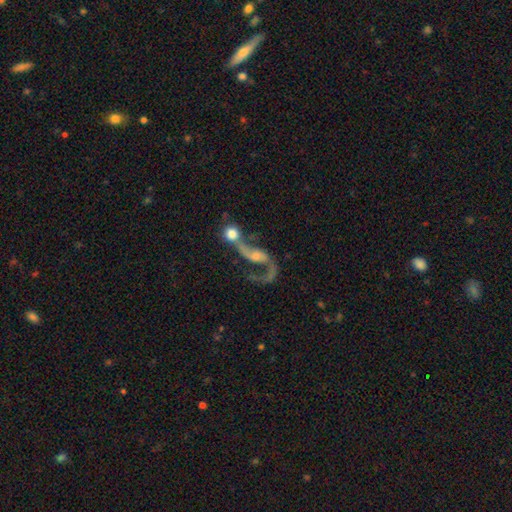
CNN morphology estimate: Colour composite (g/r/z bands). It shows a featured or disk galaxy (82%) with no bar (50%), 2 (81%) loose (80%) spiral arms (91%) and a moderate central bulge (42%). Merging: merger (39%).